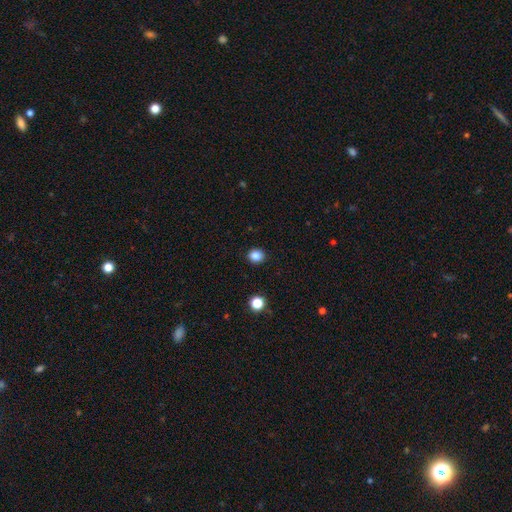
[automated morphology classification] This is clearly a smooth galaxy (85%). How rounded: likely round (78%). Merging: clearly none (91%).